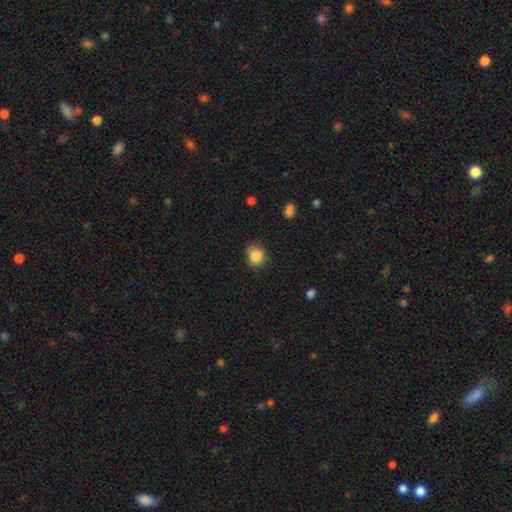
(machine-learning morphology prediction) smooth-or-featured: smooth: 85% | star or artifact: 10% | featured or disk: 5%
  how-rounded: round: 79% | in between: 20% | cigar-shaped: 1%
  merging: none: 75% | minor disturbance: 20% | major disturbance: 4% | merger: 2%